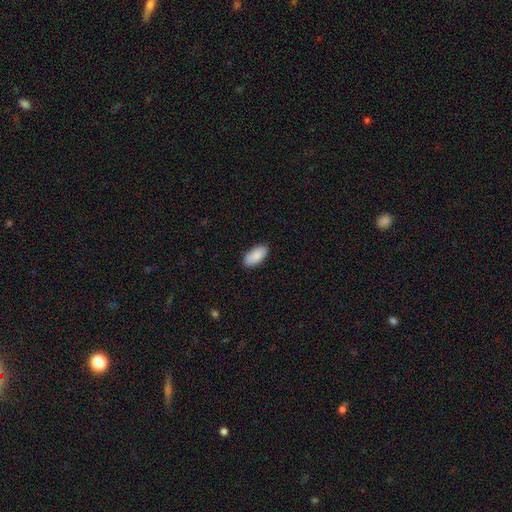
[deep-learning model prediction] smooth_or_featured: smooth (p=0.90) [alt: star or artifact p=0.06]
how_rounded: in between (p=0.93) [alt: cigar-shaped p=0.05]
merging: none (p=0.87) [alt: minor disturbance p=0.10]